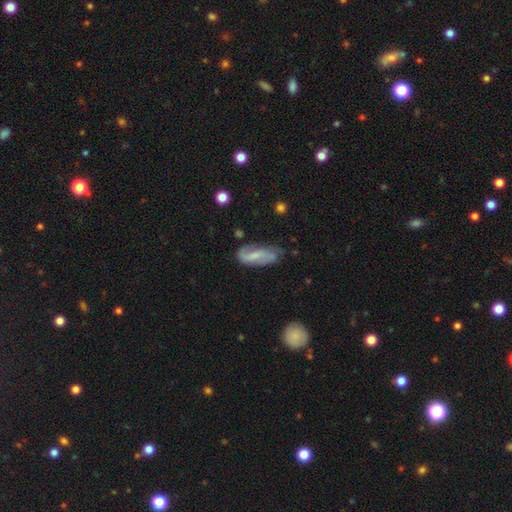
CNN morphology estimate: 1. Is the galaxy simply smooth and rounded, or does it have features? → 57% featured or disk, 35% smooth, 7% star or artifact.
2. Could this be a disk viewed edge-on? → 89% no, 11% yes.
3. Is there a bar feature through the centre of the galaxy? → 42% weak, 31% strong, 27% no.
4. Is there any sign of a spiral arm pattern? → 86% yes, 14% no.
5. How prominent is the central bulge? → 44% small, 27% none, 25% moderate, 3% large, 1% dominant.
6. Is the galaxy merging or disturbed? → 58% none, 29% minor disturbance, 10% major disturbance, 3% merger.